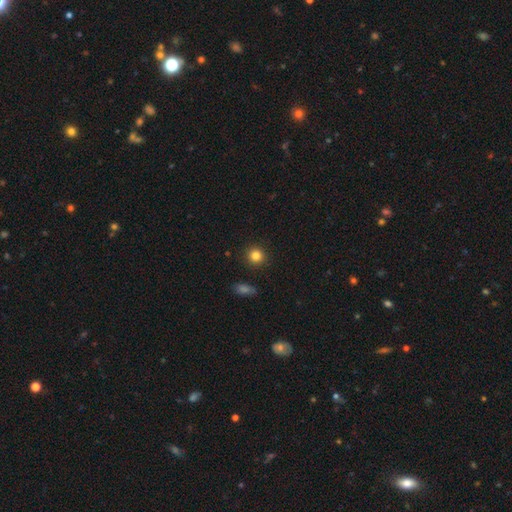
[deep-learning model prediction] smooth-or-featured: smooth: 83% | star or artifact: 12% | featured or disk: 5%
  how-rounded: round: 92% | in between: 7% | cigar-shaped: 1%
  merging: none: 91% | minor disturbance: 5% | major disturbance: 2% | merger: 1%